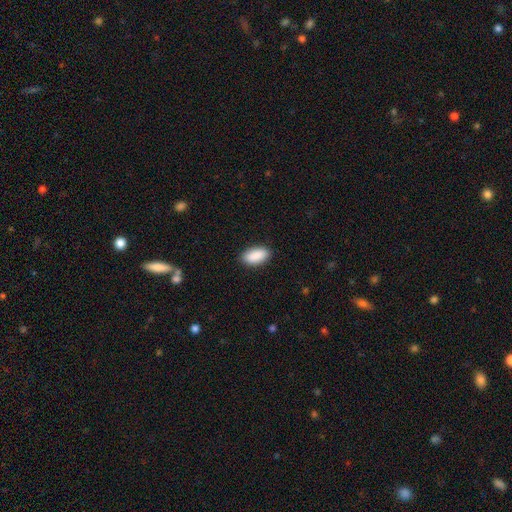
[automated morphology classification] smooth 91%, star or artifact 6%, featured or disk 3%. Down the decision tree: how rounded — in between (92%); merging — none (89%).